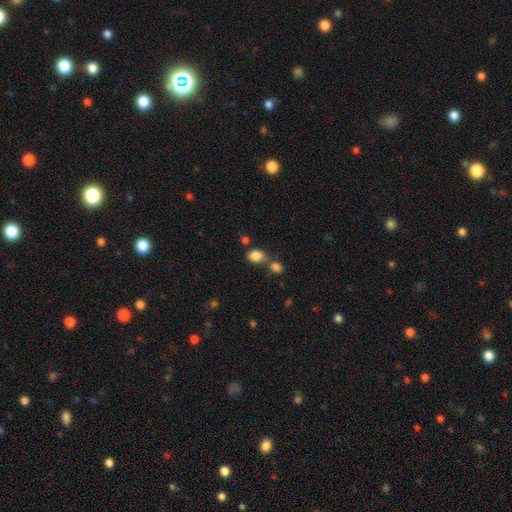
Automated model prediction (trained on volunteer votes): This is clearly a smooth galaxy (85%). How rounded: possibly in between (57%). Merging: possibly none (48%).